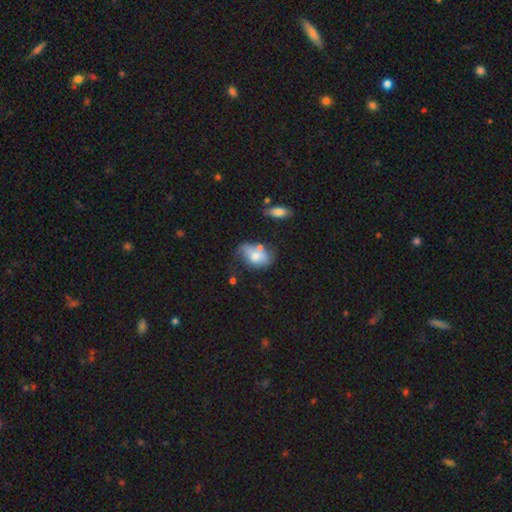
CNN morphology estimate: Q: Smooth or featured?
A: smooth (64%); runner-up: featured or disk (27%)
Q: How rounded?
A: in between (84%); runner-up: round (14%)
Q: Merging?
A: none (35%); runner-up: minor disturbance (28%)